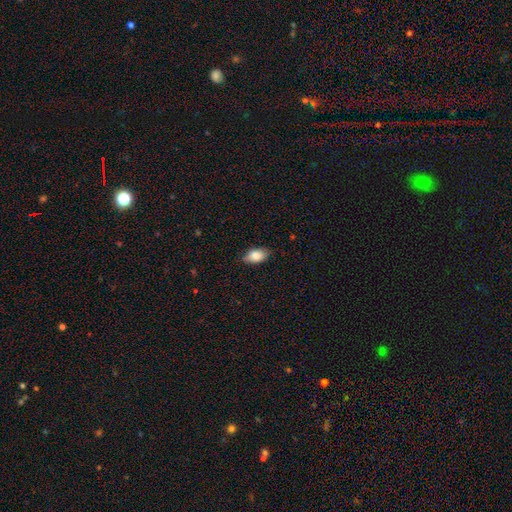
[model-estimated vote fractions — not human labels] smooth-or-featured: smooth: 83% | featured or disk: 10% | star or artifact: 7%
  how-rounded: in between: 92% | round: 5% | cigar-shaped: 3%
  merging: none: 82% | minor disturbance: 15% | major disturbance: 2% | merger: 1%